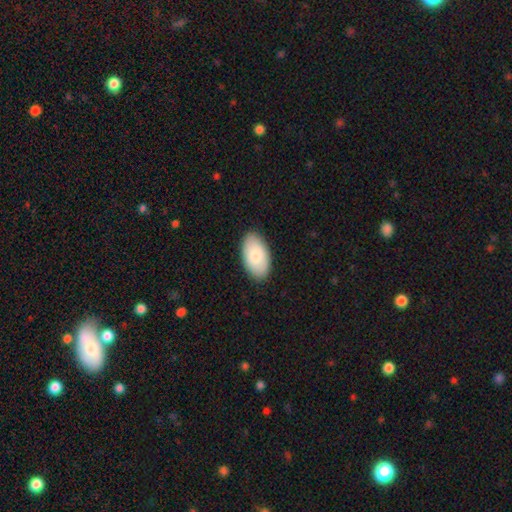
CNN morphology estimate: smooth_or_featured: smooth (p=0.83) [alt: featured or disk p=0.12]
how_rounded: in between (p=0.96) [alt: round p=0.03]
merging: none (p=0.88) [alt: minor disturbance p=0.09]